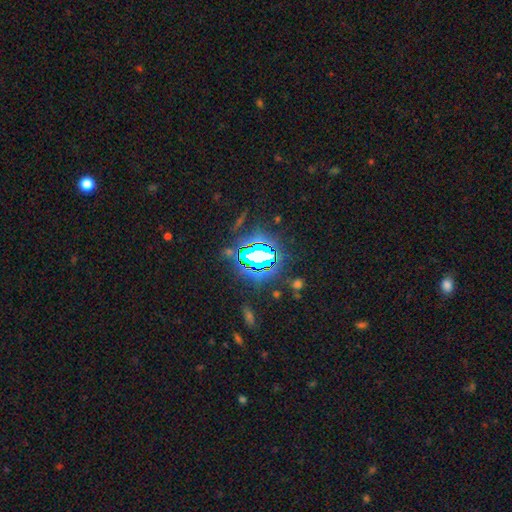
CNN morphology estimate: smooth-or-featured: star or artifact: 72% | smooth: 15% | featured or disk: 13%